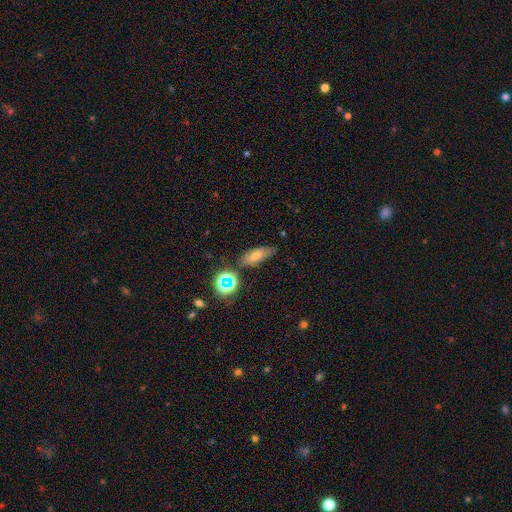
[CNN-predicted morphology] smooth_or_featured: smooth (p=0.52) [alt: featured or disk p=0.25]
how_rounded: in between (p=0.59) [alt: cigar-shaped p=0.31]
merging: none (p=0.73) [alt: minor disturbance p=0.17]